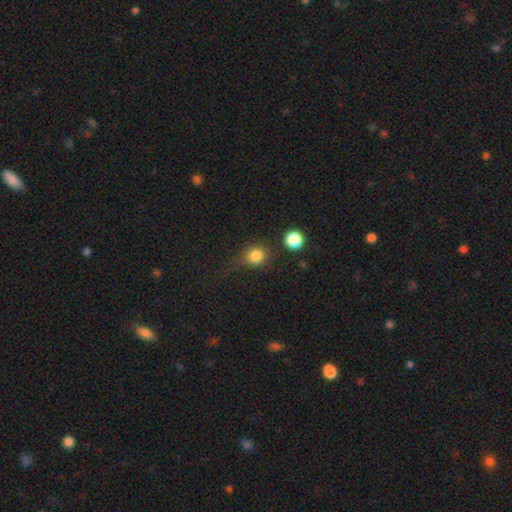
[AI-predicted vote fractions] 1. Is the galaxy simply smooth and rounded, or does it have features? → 81% smooth, 12% star or artifact, 7% featured or disk.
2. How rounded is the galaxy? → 80% round, 18% in between, 1% cigar-shaped.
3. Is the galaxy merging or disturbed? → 61% none, 19% minor disturbance, 12% major disturbance, 8% merger.